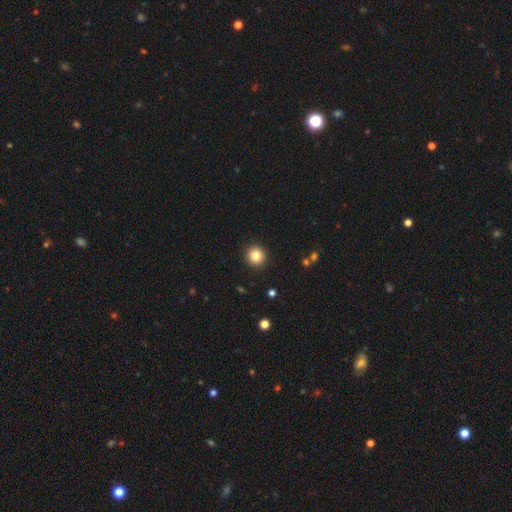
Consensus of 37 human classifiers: This appears to be a smooth galaxy with no disk features (92%) that is round (100%). Merging: none (94%).